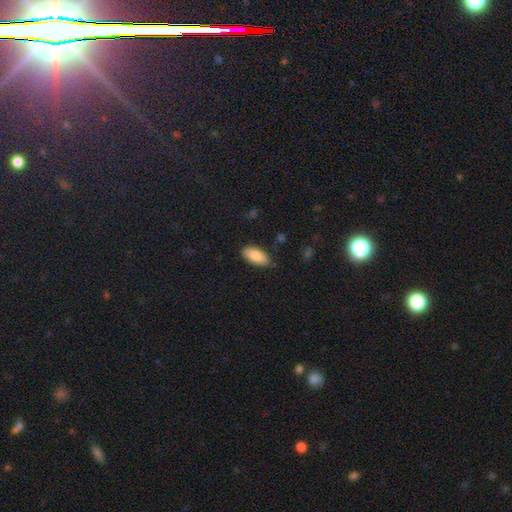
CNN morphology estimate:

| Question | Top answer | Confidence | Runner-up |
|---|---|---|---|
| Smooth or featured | smooth | 87% | featured or disk (7%) |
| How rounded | in between | 89% | cigar-shaped (9%) |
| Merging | none | 80% | minor disturbance (16%) |